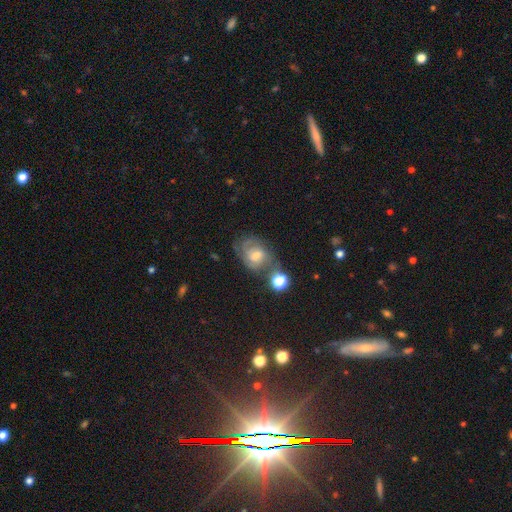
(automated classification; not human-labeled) A featured or disk galaxy (65%) with a weak bar (47%), 2 (41%) tight (45%) spiral arms (89%) and a moderate central bulge (58%). Merging: none (50%).